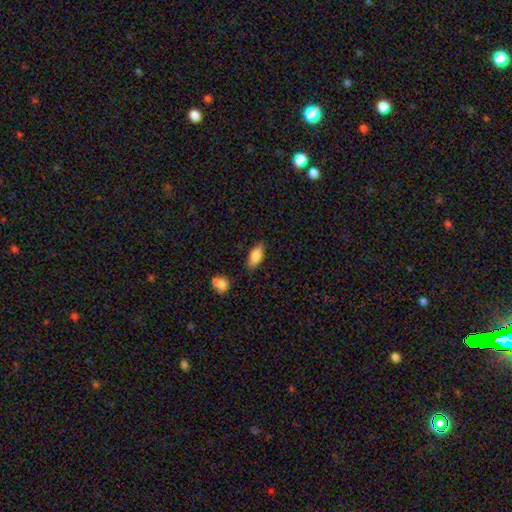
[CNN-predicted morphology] The model was most divided on "merging": none: 82%, minor disturbance: 13%, merger: 3%, major disturbance: 3%. More confident: how rounded — in between (84%); smooth or featured — smooth (84%).